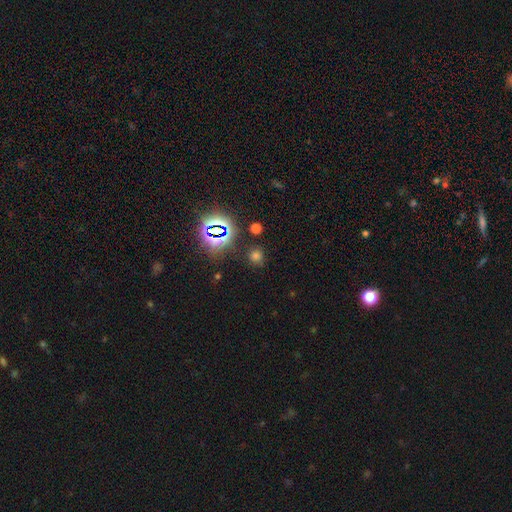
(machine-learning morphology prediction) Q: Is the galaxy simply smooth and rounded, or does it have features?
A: smooth — 58%.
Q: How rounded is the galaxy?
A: round — 88%.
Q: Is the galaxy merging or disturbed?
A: none — 83%.